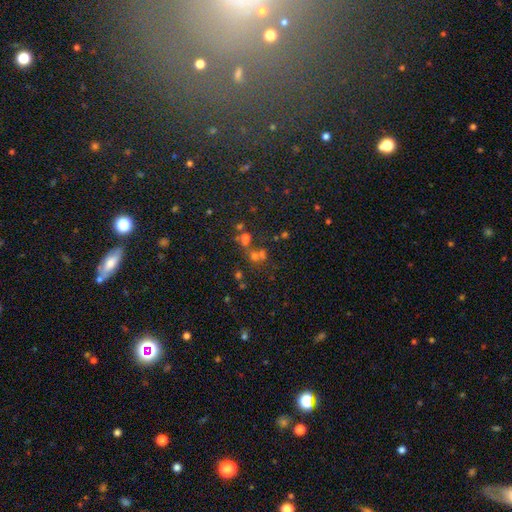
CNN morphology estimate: A star or artifact, not a galaxy (42%).

Vote fractions:
- Smooth or featured? star or artifact: 42% / smooth: 41% / featured or disk: 16%